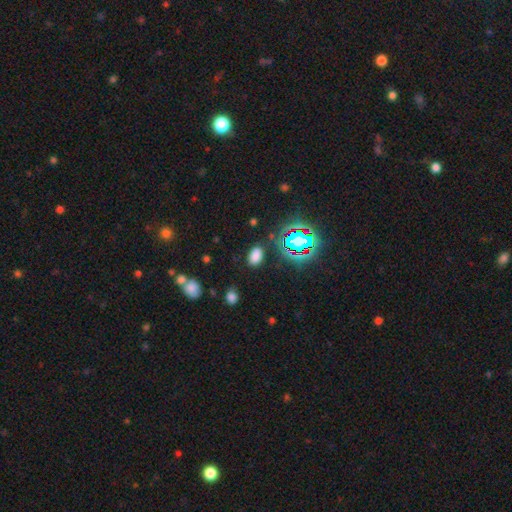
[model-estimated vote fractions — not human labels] This appears to be a smooth galaxy with no disk features (72%) that is in between round and cigar-shaped (88%). Merging: none (83%).